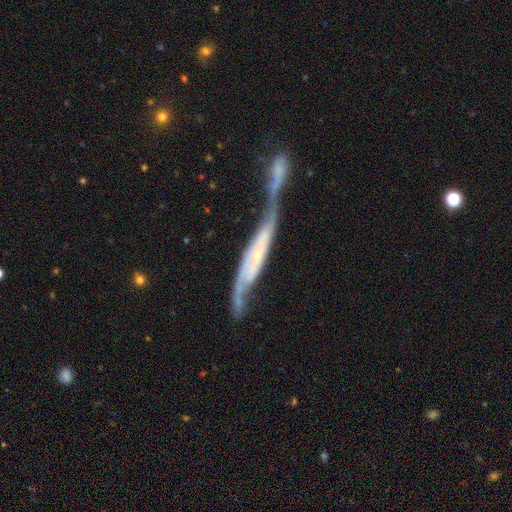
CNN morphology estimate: A featured or disk galaxy (80%) with no bar (53%), spiral arms (88%) and a small central bulge (66%). Merging: merger (68%).